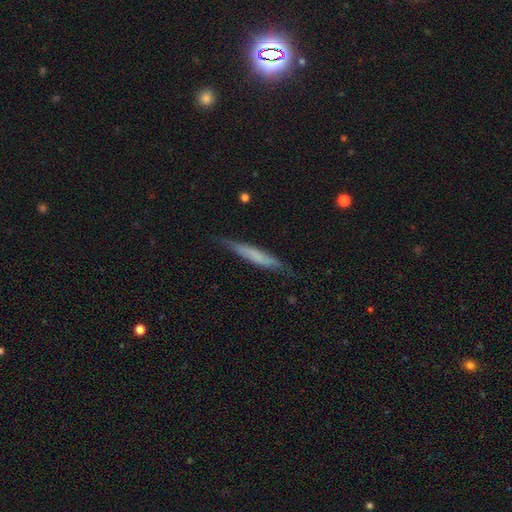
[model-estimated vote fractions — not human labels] Smooth or featured?
  - smooth: 55% *
  - featured or disk: 38%
  - star or artifact: 6%
How rounded?
  - cigar-shaped: 94% *
  - in between: 5%
  - round: 1%
Merging?
  - none: 79% *
  - minor disturbance: 16%
  - major disturbance: 3%
  - merger: 1%